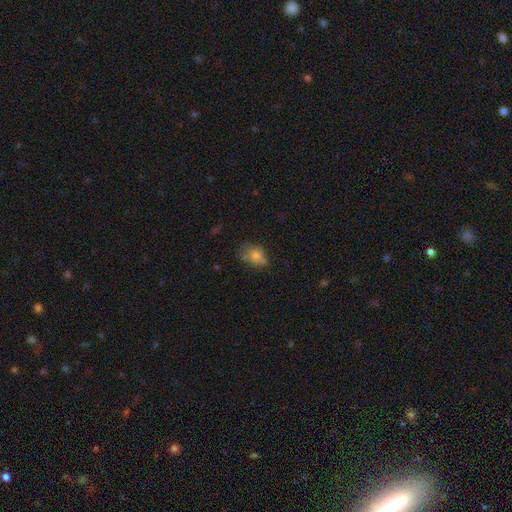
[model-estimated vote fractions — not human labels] A smooth galaxy with no disk features (71%) that is in between round and cigar-shaped (66%).

Vote fractions:
- Smooth or featured? smooth: 71% / featured or disk: 17% / star or artifact: 12%
- How rounded? in between: 66% / round: 33% / cigar-shaped: 2%
- Merging? none: 52% / minor disturbance: 31% / major disturbance: 14% / merger: 3%